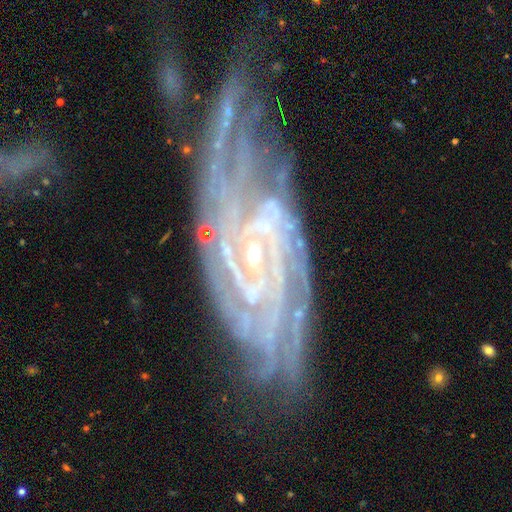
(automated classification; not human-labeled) featured or disk 88%, star or artifact 8%, smooth 4%. Down the decision tree: edge-on disk — no (94%); bar — no (48%); spiral arms — yes (98%); spiral arm count — can't tell (21%); spiral winding — tight (76%); bulge size — small (84%); merging — none (51%).